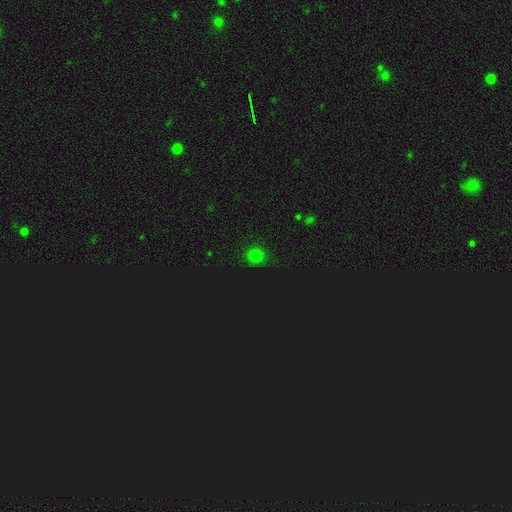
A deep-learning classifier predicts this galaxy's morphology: The model was most divided on "smooth or featured": smooth: 73%, star or artifact: 23%, featured or disk: 5%. More confident: how rounded — round (89%); merging — none (89%).